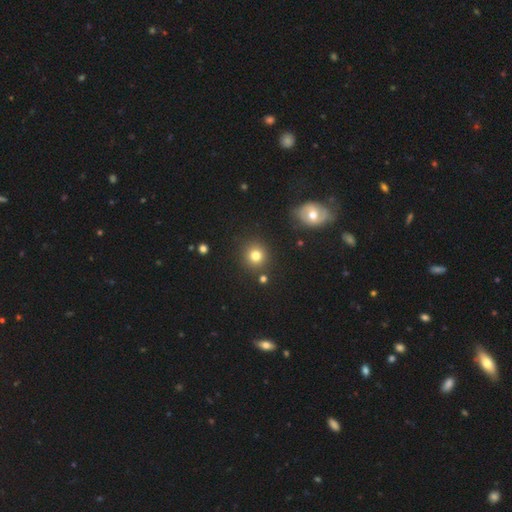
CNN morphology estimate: Smooth or featured?
  - smooth: 78% *
  - star or artifact: 14%
  - featured or disk: 8%
How rounded?
  - round: 91% *
  - in between: 8%
  - cigar-shaped: 1%
Merging?
  - none: 86% *
  - minor disturbance: 7%
  - merger: 4%
  - major disturbance: 3%